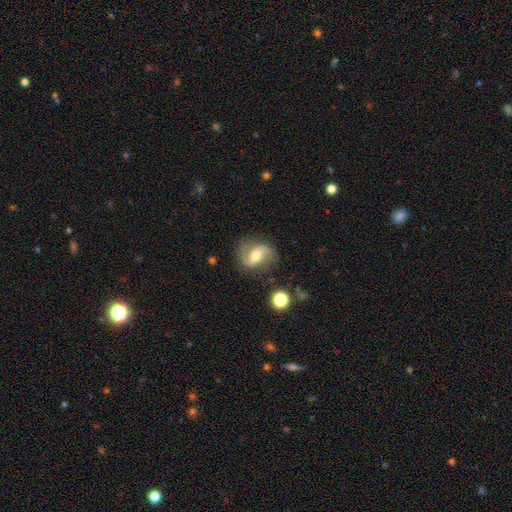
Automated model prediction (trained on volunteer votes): Smooth or featured? Predicted: featured or disk (p=0.80). Edge-on disk? Predicted: no (p=0.97). Bar? Predicted: weak (p=0.42). Spiral arms? Predicted: yes (p=0.95). Spiral winding? Predicted: loose (p=0.46). Spiral arm count? Predicted: 2 (p=0.90). Bulge size? Predicted: moderate (p=0.61). Merging? Predicted: none (p=0.78).